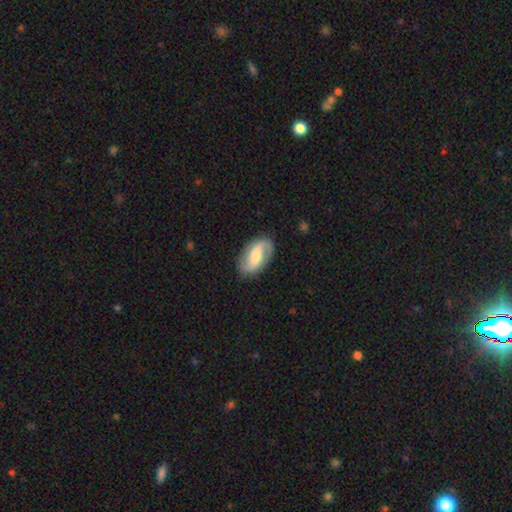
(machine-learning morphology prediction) A featured or disk galaxy (76%) with a weak bar (41%), 2 (91%) loose (53%) spiral arms (93%) and a moderate central bulge (48%). Merging: none (85%).